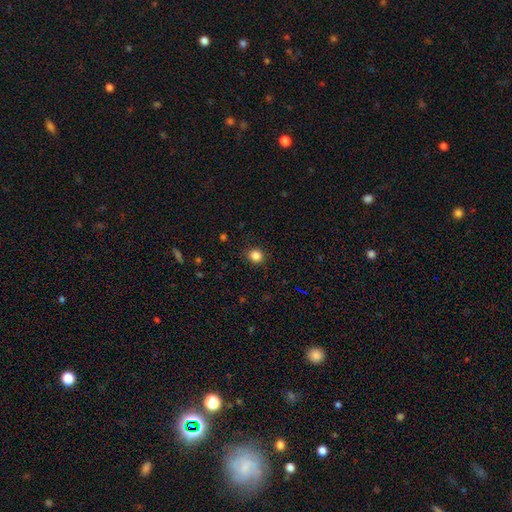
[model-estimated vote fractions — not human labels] This appears to be a smooth galaxy with no disk features (84%) that is round (80%). Merging: none (88%).